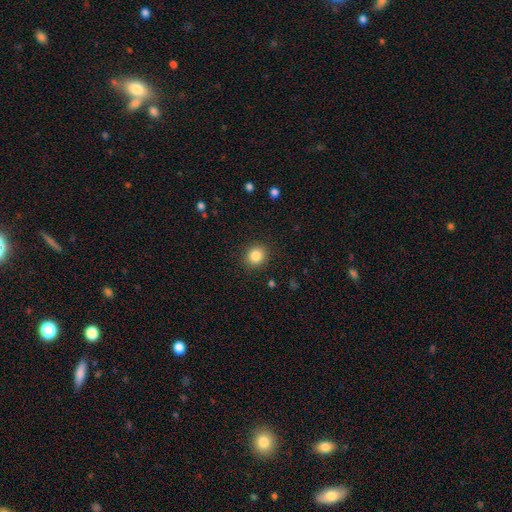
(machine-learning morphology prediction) This is clearly a smooth galaxy (85%). How rounded: clearly round (83%). Merging: clearly none (89%).